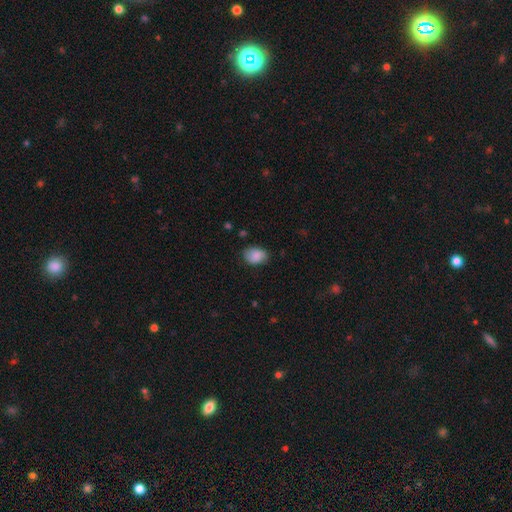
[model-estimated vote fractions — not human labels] smooth_or_featured: smooth (p=0.83) [alt: featured or disk p=0.10]
how_rounded: in between (p=0.78) [alt: round p=0.21]
merging: none (p=0.74) [alt: minor disturbance p=0.20]